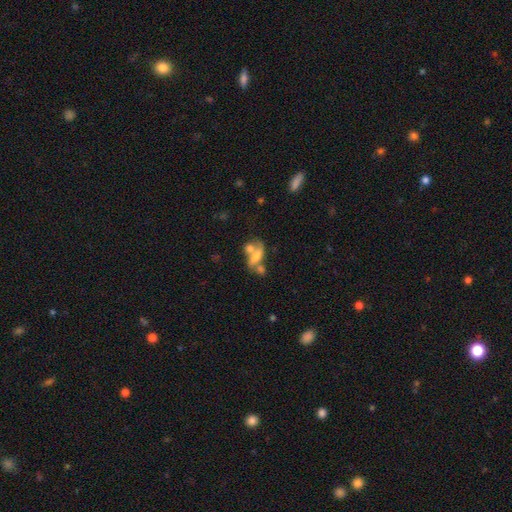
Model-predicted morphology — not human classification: Smooth or featured: smooth — 54% (featured or disk — 35%)
How rounded: in between — 74% (cigar-shaped — 17%)
Merging: merger — 48% (none — 29%)